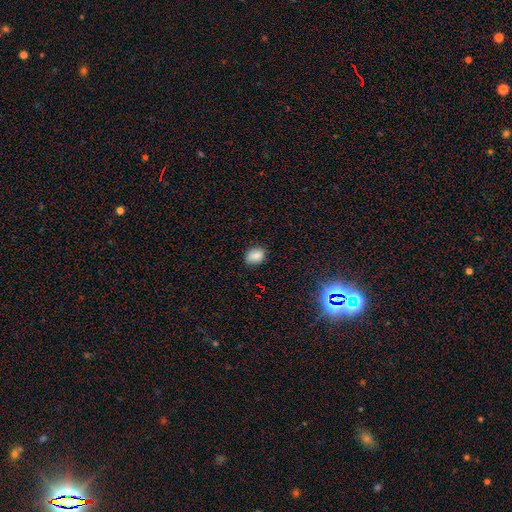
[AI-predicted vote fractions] This appears to be a smooth galaxy with no disk features (82%) that is in between round and cigar-shaped (65%). Merging: none (81%).